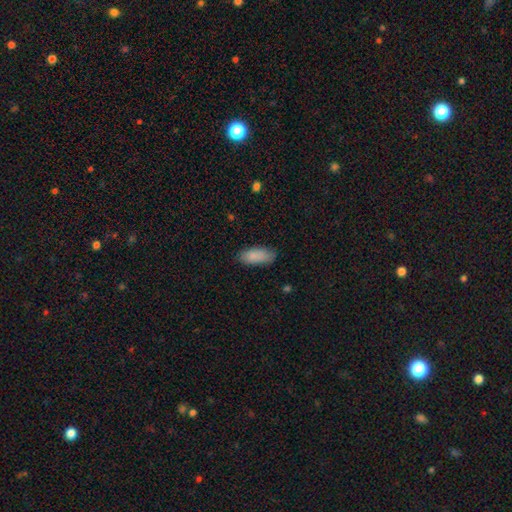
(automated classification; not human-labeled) Smooth or featured? Predicted: smooth (p=0.88). How rounded? Predicted: in between (p=0.85). Merging? Predicted: none (p=0.81).